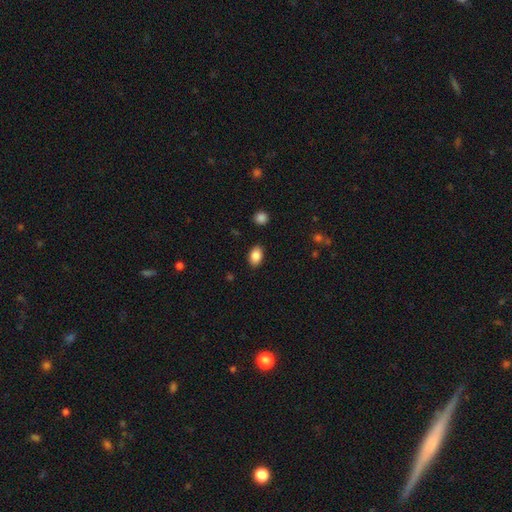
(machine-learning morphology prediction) type=smooth (86%); roundness=in between (86%); merging=none (87%).